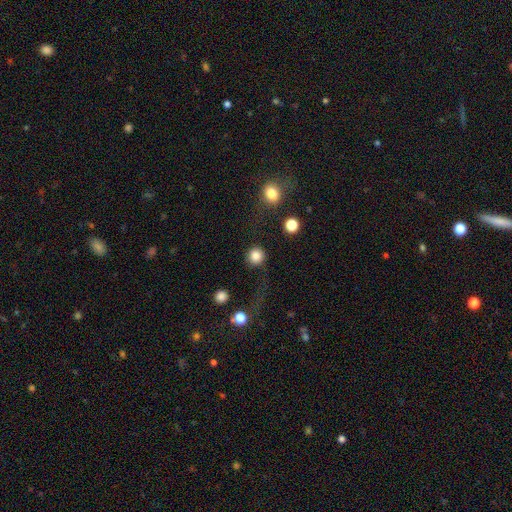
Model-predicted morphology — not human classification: smooth_or_featured: smooth (p=0.84) [alt: star or artifact p=0.10]
how_rounded: round (p=0.94) [alt: in between p=0.05]
merging: none (p=0.85) [alt: minor disturbance p=0.08]